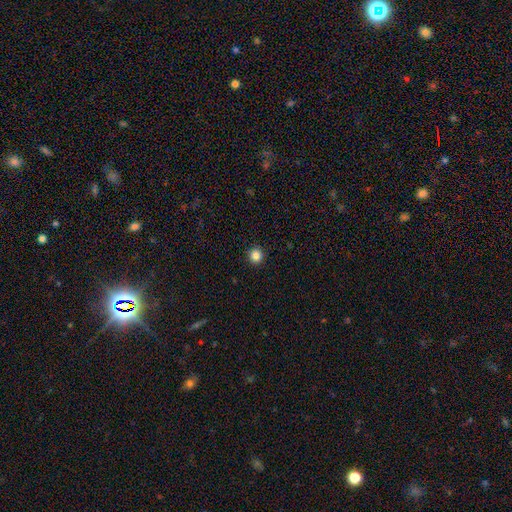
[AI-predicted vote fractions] A smooth galaxy with no disk features (85%) that is round (95%).

Vote fractions:
- Smooth or featured? smooth: 85% / star or artifact: 11% / featured or disk: 3%
- How rounded? round: 95% / in between: 4% / cigar-shaped: 1%
- Merging? none: 93% / minor disturbance: 4% / major disturbance: 2% / merger: 1%